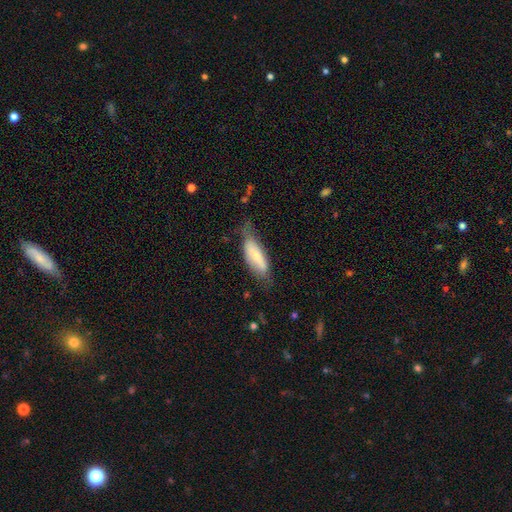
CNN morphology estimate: smooth 60%, featured or disk 33%, star or artifact 7%. Down the decision tree: how rounded — in between (65%); merging — none (45%).